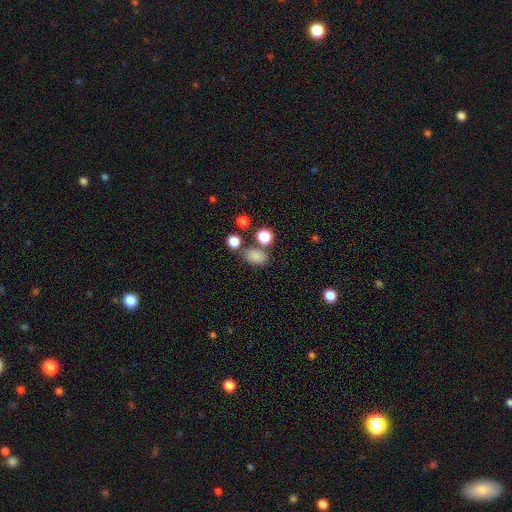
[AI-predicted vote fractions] Q: Smooth or featured?
A: smooth (81%); runner-up: star or artifact (13%)
Q: How rounded?
A: in between (76%); runner-up: round (23%)
Q: Merging?
A: none (64%); runner-up: merger (15%)